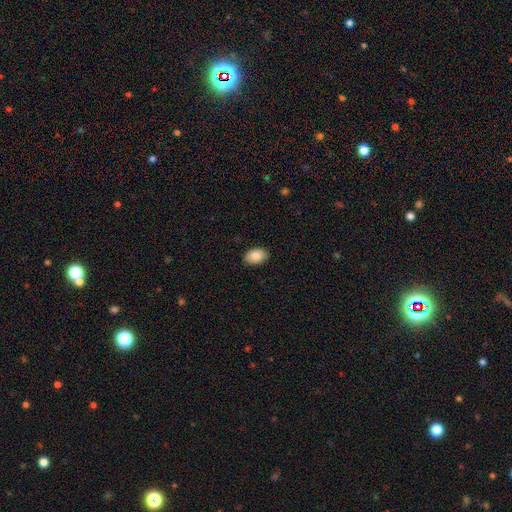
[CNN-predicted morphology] smooth-or-featured: smooth: 88% | star or artifact: 7% | featured or disk: 5%
  how-rounded: in between: 89% | round: 10% | cigar-shaped: 1%
  merging: none: 88% | minor disturbance: 9% | major disturbance: 2% | merger: 1%